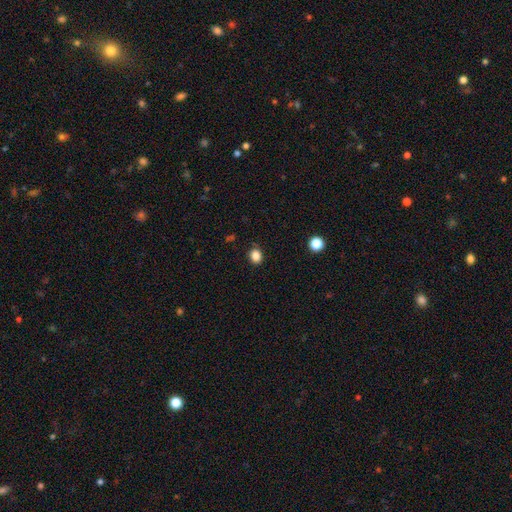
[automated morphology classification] smooth_or_featured: smooth (p=0.85) [alt: star or artifact p=0.11]
how_rounded: round (p=0.52) [alt: in between p=0.47]
merging: none (p=0.83) [alt: minor disturbance p=0.13]